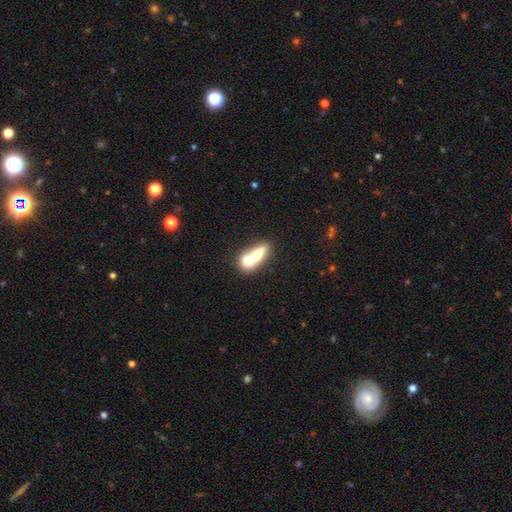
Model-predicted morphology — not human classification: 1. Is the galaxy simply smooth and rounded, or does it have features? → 62% smooth, 30% featured or disk, 7% star or artifact.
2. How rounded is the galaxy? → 55% in between, 24% cigar-shaped, 20% round.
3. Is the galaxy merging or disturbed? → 66% merger, 23% none, 7% minor disturbance, 5% major disturbance.